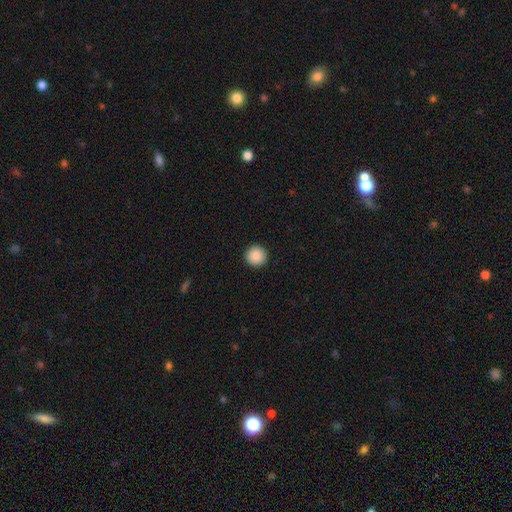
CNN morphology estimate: smooth_or_featured: smooth (p=0.89) [alt: star or artifact p=0.08]
how_rounded: round (p=0.96) [alt: in between p=0.03]
merging: none (p=0.94) [alt: minor disturbance p=0.04]